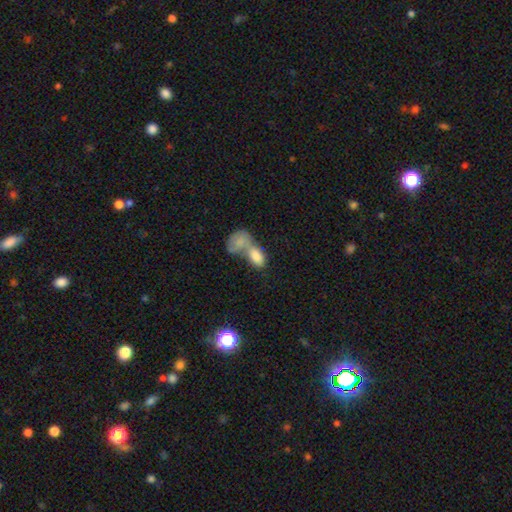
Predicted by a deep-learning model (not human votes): This is clearly a smooth galaxy (81%). How rounded: clearly in between (91%). Merging: likely merger (70%).